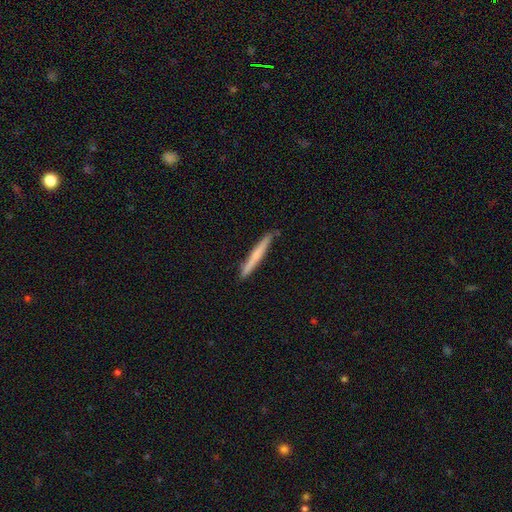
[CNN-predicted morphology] Smooth or featured: smooth — 60% (featured or disk — 35%)
How rounded: cigar-shaped — 97% (in between — 2%)
Merging: none — 88% (minor disturbance — 9%)